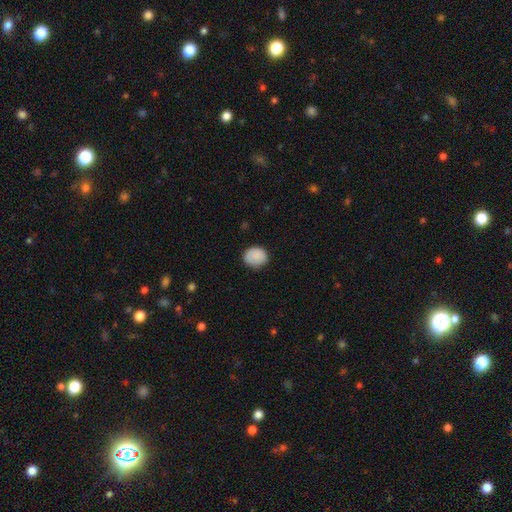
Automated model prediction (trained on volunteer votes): This is clearly a smooth galaxy (87%). How rounded: likely round (73%). Merging: clearly none (83%).